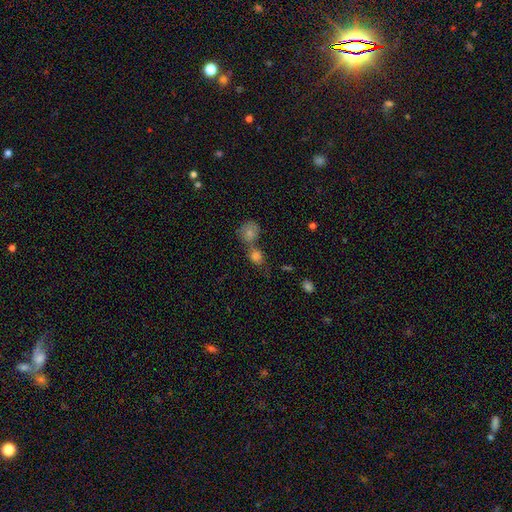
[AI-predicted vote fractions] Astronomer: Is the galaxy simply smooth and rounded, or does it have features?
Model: smooth — 73%.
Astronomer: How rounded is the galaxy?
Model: round — 69%.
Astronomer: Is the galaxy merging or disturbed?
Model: merger — 45% (runner-up: none, 41%).